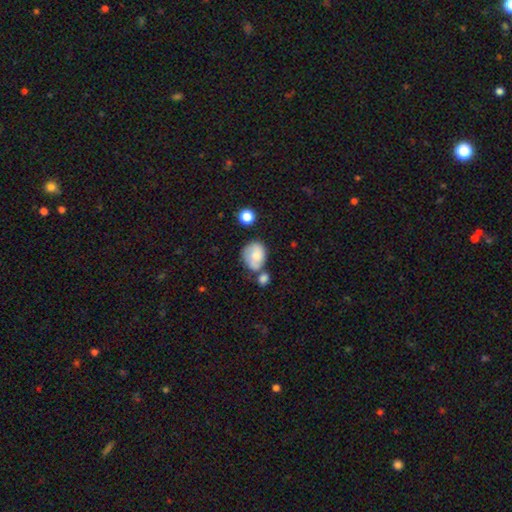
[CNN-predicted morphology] Q: Smooth or featured?
A: smooth (73%); runner-up: featured or disk (19%)
Q: How rounded?
A: round (51%); runner-up: in between (48%)
Q: Merging?
A: none (43%); runner-up: merger (26%)